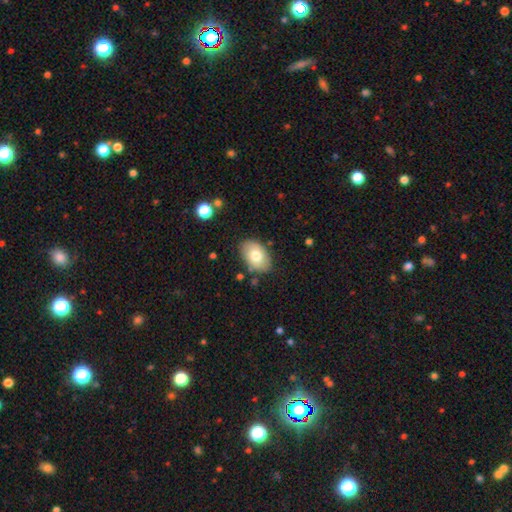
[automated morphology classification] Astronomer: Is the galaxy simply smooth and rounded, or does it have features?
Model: smooth — 75%.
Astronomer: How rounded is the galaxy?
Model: in between — 88%.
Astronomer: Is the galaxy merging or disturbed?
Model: none — 83%.